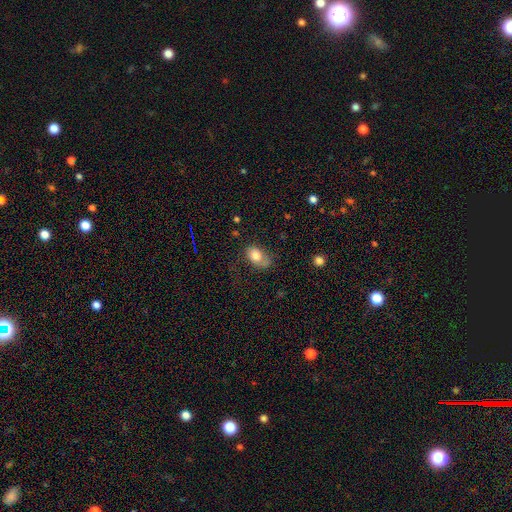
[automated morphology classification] The model was most divided on "merging": none: 47%, minor disturbance: 32%, major disturbance: 17%, merger: 3%. More confident: how rounded — in between (82%); smooth or featured — smooth (79%).